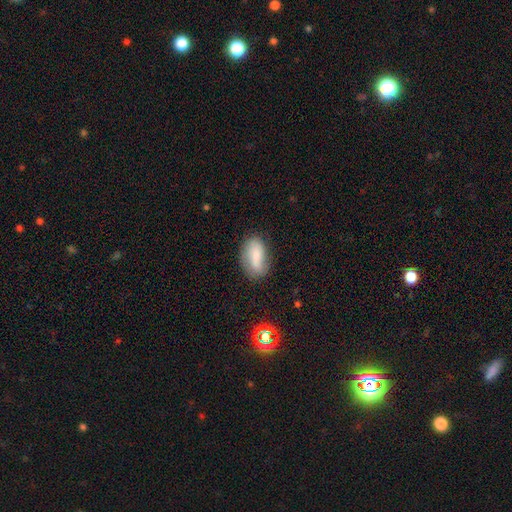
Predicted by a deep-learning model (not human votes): smooth 70%, featured or disk 22%, star or artifact 8%. Down the decision tree: how rounded — in between (88%); merging — none (73%).